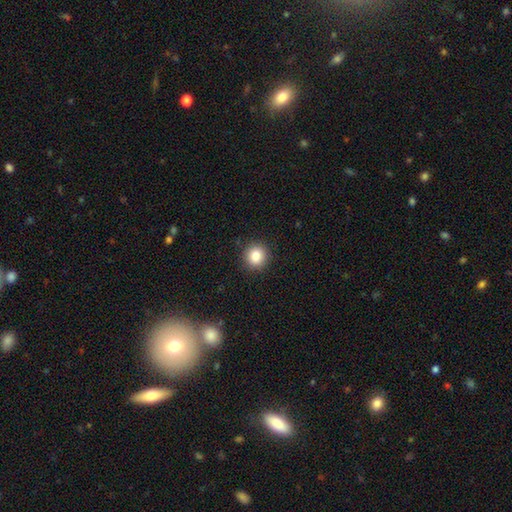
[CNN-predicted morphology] A smooth galaxy with no disk features (84%) that is round (92%).

Vote fractions:
- Smooth or featured? smooth: 84% / star or artifact: 10% / featured or disk: 6%
- How rounded? round: 92% / in between: 7% / cigar-shaped: 1%
- Merging? none: 91% / minor disturbance: 6% / major disturbance: 2% / merger: 1%